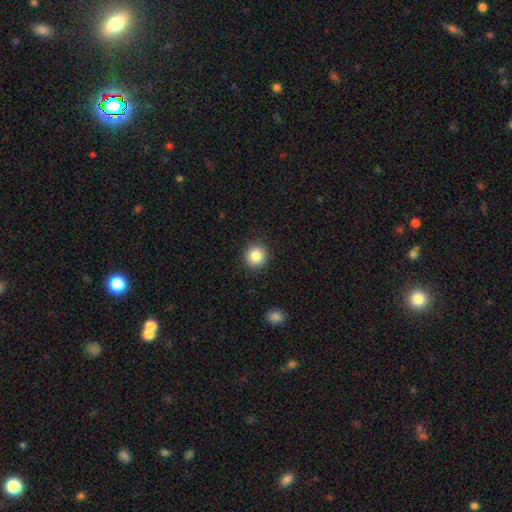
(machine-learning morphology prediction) A smooth galaxy with no disk features (84%) that is round (89%). Merging: none (91%).